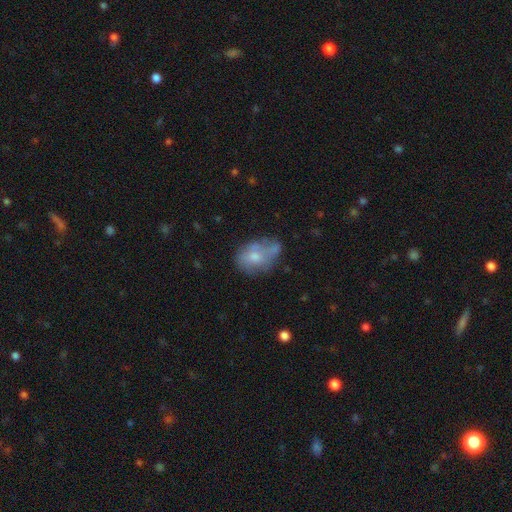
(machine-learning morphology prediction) A smooth galaxy with no disk features (60%) that is in between round and cigar-shaped (76%).

Vote fractions:
- Smooth or featured? smooth: 60% / featured or disk: 31% / star or artifact: 9%
- How rounded? in between: 76% / round: 23% / cigar-shaped: 1%
- Merging? none: 40% / minor disturbance: 32% / major disturbance: 16% / merger: 13%